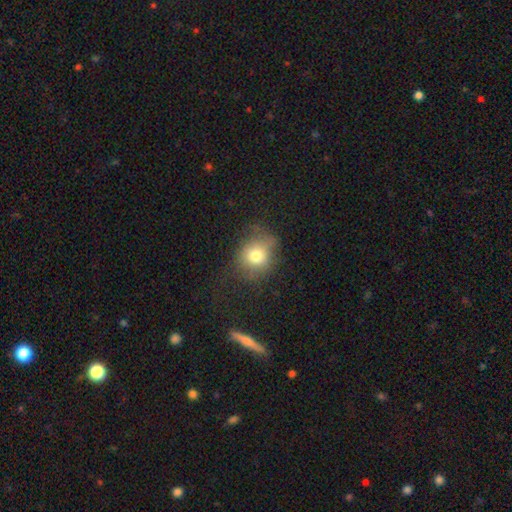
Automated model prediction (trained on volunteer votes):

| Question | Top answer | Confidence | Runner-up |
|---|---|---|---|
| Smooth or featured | smooth | 74% | star or artifact (13%) |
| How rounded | round | 70% | in between (29%) |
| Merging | none | 61% | minor disturbance (23%) |